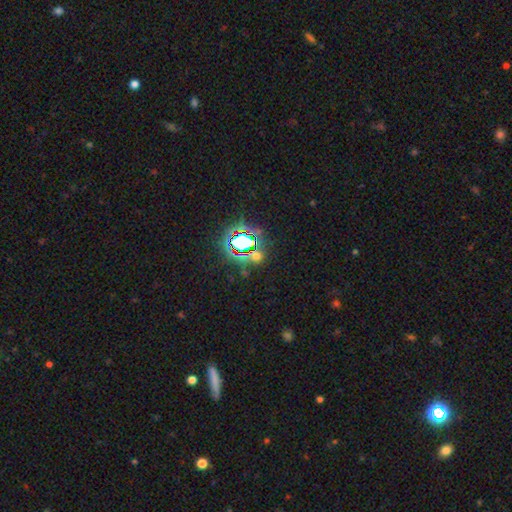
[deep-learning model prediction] A star or artifact, not a galaxy (58%).